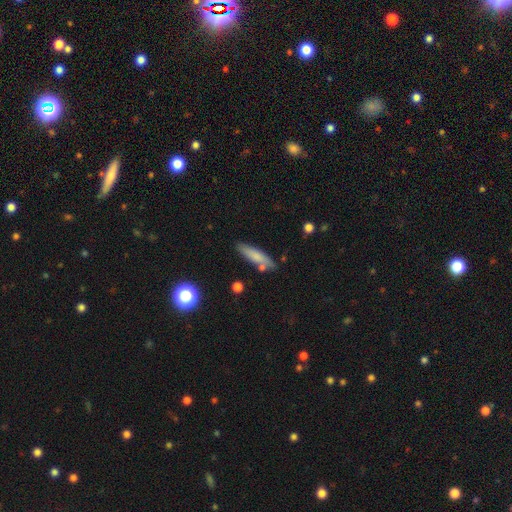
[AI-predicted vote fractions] This is likely a smooth galaxy (75%). How rounded: likely cigar-shaped (71%). Merging: likely none (75%).